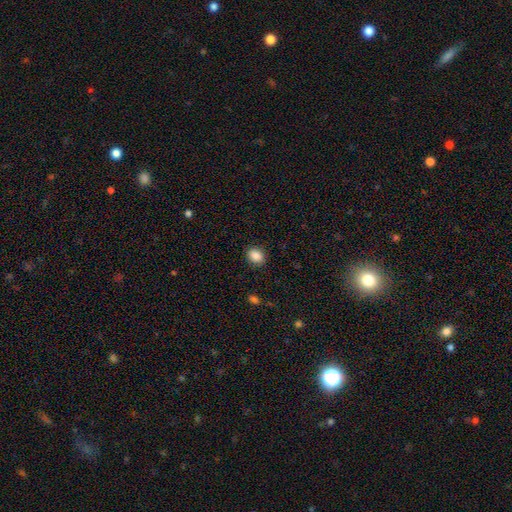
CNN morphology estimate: Overall: smooth (88%). How rounded: in between (55%; round 44%). Merging: none (89%).